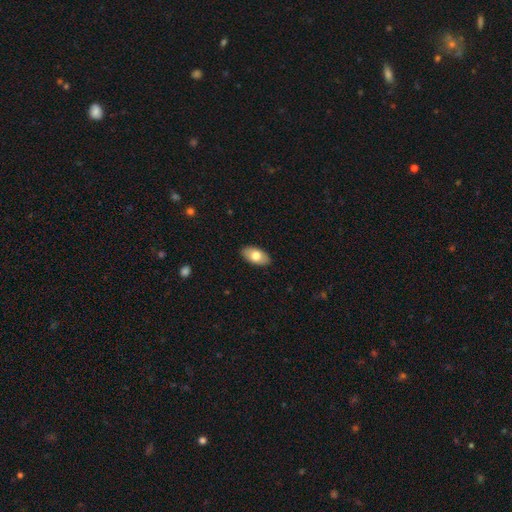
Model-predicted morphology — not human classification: This appears to be a smooth galaxy with no disk features (75%) that is in between round and cigar-shaped (94%). Merging: none (89%).